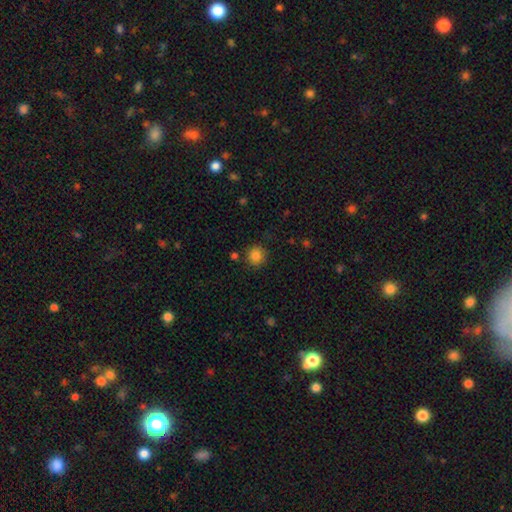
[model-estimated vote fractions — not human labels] smooth_or_featured: smooth (p=0.85) [alt: star or artifact p=0.11]
how_rounded: round (p=0.90) [alt: in between p=0.09]
merging: none (p=0.85) [alt: minor disturbance p=0.09]